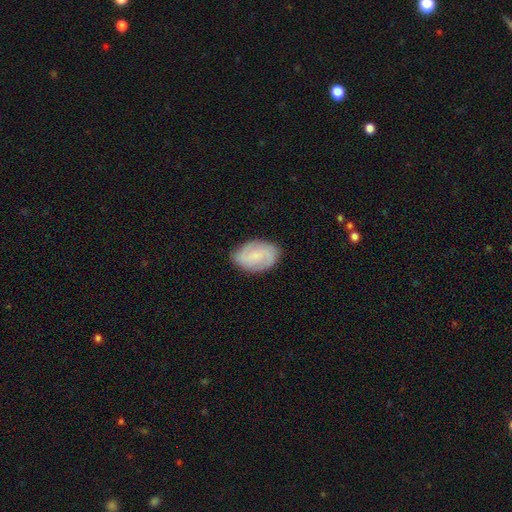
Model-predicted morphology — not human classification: type=smooth (47%); merging=none (81%).